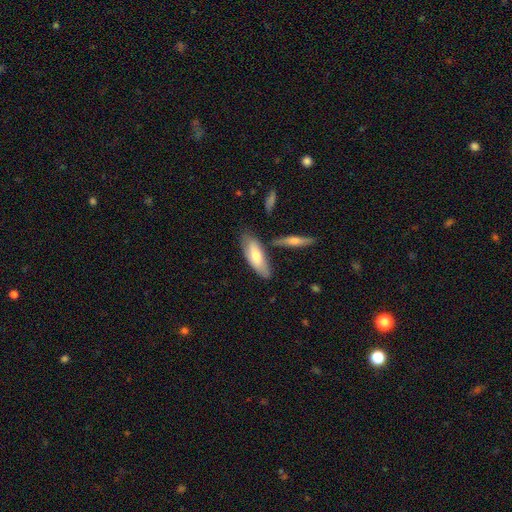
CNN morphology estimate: Smooth or featured? Predicted: smooth (p=0.64). How rounded? Predicted: in between (p=0.68). Merging? Predicted: none (p=0.65).